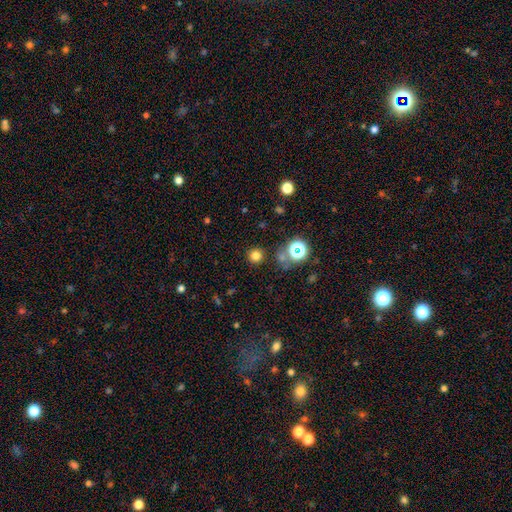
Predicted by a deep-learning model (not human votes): Overall: smooth (75%). How rounded: round (94%). Merging: none (86%).